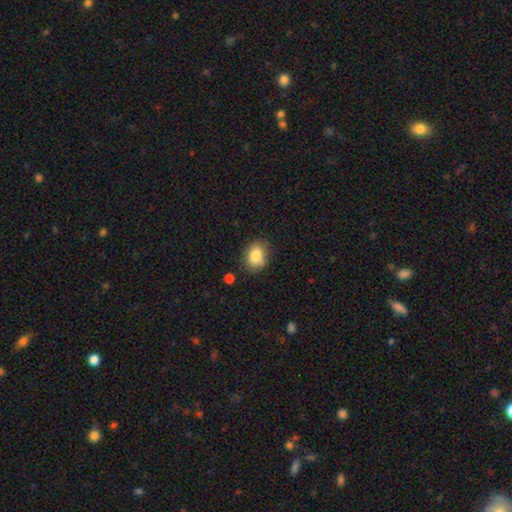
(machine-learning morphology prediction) smooth_or_featured: smooth (p=0.83) [alt: star or artifact p=0.09]
how_rounded: in between (p=0.61) [alt: round p=0.38]
merging: none (p=0.78) [alt: minor disturbance p=0.16]